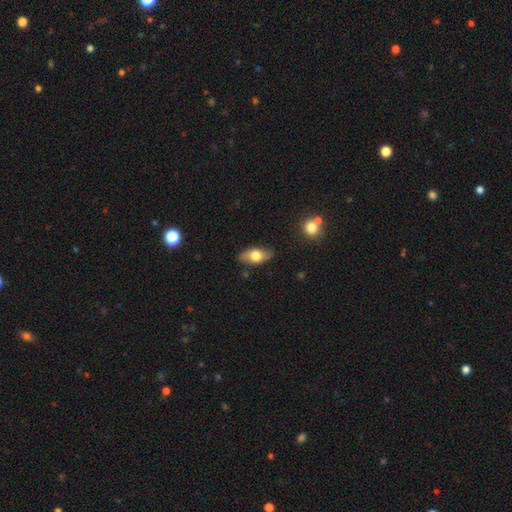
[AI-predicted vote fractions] A smooth galaxy with no disk features (62%) that is in between round and cigar-shaped (84%).

Vote fractions:
- Smooth or featured? smooth: 62% / featured or disk: 31% / star or artifact: 7%
- How rounded? in between: 84% / cigar-shaped: 9% / round: 6%
- Merging? none: 84% / minor disturbance: 12% / major disturbance: 3% / merger: 1%